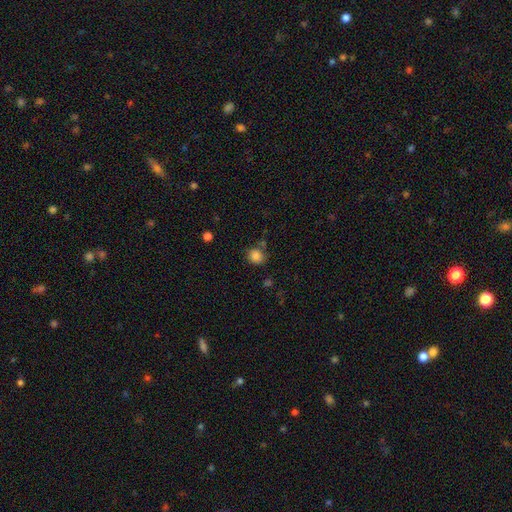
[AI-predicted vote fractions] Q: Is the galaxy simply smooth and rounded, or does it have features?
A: smooth — 85%.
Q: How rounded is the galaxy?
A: round — 81%.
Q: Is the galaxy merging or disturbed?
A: none — 73%.